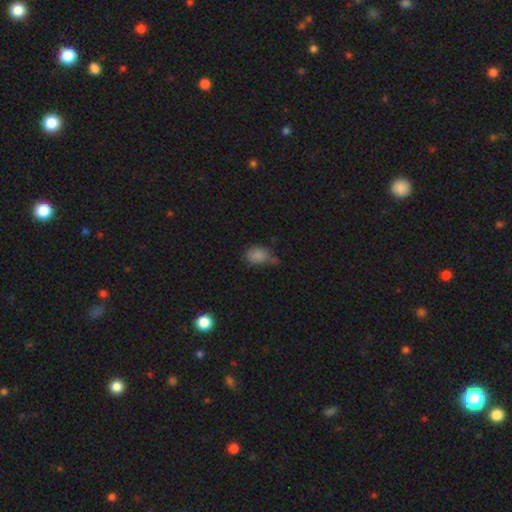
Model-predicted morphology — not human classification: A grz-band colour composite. It shows a smooth galaxy with no disk features (81%) that is in between round and cigar-shaped (64%). Merging: none (54%).